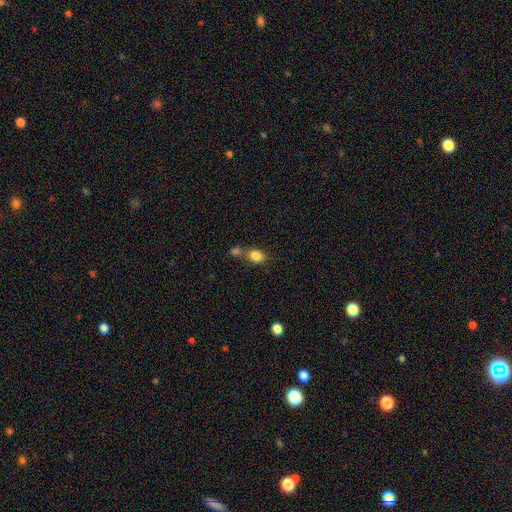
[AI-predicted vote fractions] A smooth galaxy with no disk features (84%) that is in between round and cigar-shaped (64%).

Vote fractions:
- Smooth or featured? smooth: 84% / star or artifact: 10% / featured or disk: 6%
- How rounded? in between: 64% / round: 35% / cigar-shaped: 1%
- Merging? none: 52% / merger: 33% / minor disturbance: 11% / major disturbance: 4%